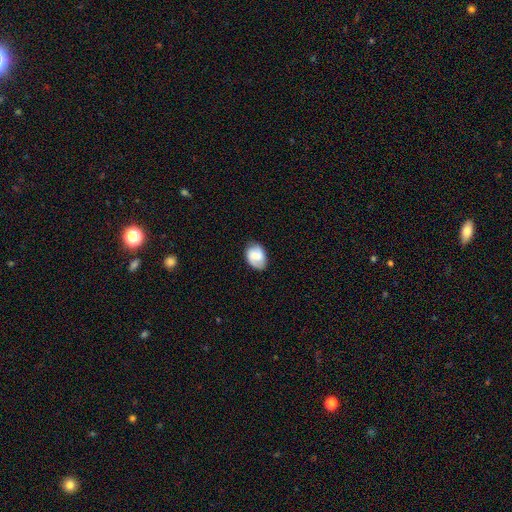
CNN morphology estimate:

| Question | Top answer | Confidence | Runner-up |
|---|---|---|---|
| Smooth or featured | smooth | 51% | featured or disk (41%) |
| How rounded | in between | 77% | round (21%) |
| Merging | none | 78% | minor disturbance (17%) |